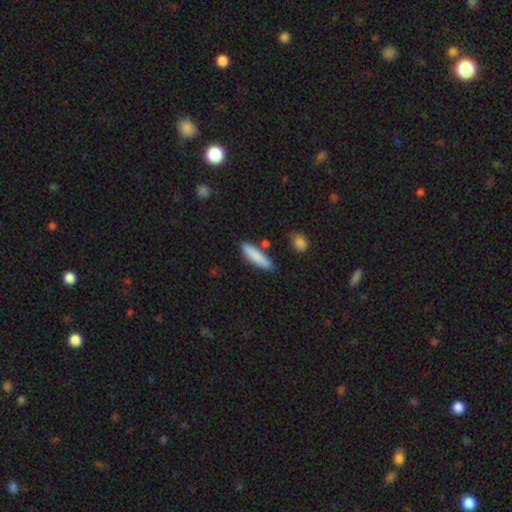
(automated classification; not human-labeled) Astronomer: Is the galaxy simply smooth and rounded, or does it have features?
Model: smooth — 85%.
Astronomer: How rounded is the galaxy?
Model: cigar-shaped — 69%.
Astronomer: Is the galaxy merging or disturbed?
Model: none — 78%.